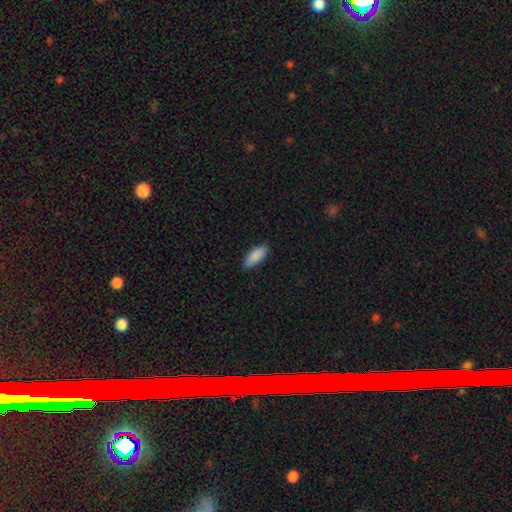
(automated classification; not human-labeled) A smooth galaxy with no disk features (90%) that is in between round and cigar-shaped (77%). Merging: none (86%).